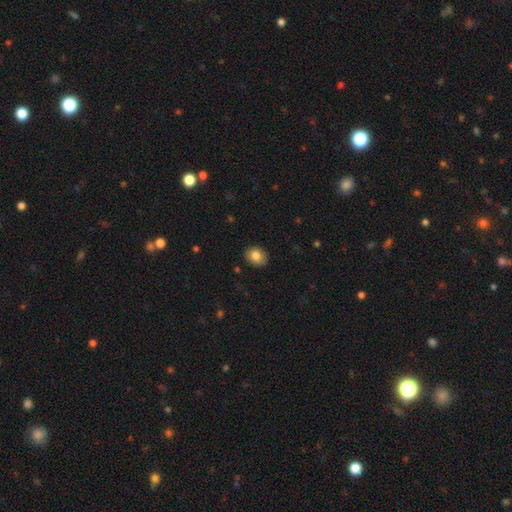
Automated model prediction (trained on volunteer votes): Q: Smooth or featured?
A: smooth (82%); runner-up: featured or disk (10%)
Q: How rounded?
A: in between (57%); runner-up: round (42%)
Q: Merging?
A: none (89%); runner-up: minor disturbance (8%)